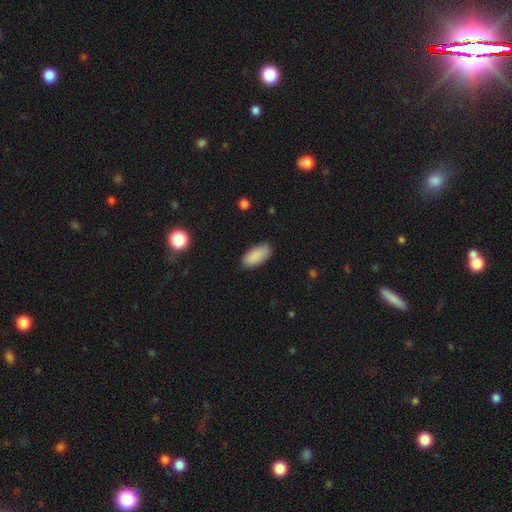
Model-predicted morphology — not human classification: Smooth or featured: smooth — 89% (star or artifact — 6%)
How rounded: in between — 91% (cigar-shaped — 7%)
Merging: none — 85% (minor disturbance — 12%)